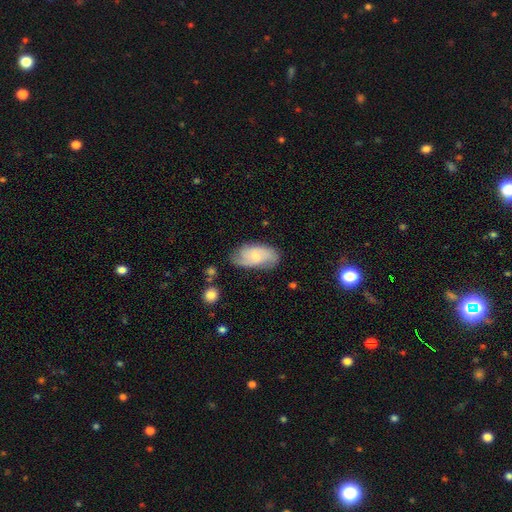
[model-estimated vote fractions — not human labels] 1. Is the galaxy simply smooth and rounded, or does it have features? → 57% featured or disk, 37% smooth, 7% star or artifact.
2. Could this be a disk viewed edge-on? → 95% no, 5% yes.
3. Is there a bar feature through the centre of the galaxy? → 64% no, 31% weak, 5% strong.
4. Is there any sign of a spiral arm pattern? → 90% yes, 10% no.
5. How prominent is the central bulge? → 63% small, 26% moderate, 7% none, 2% large, 1% dominant.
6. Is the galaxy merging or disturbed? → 67% none, 23% minor disturbance, 7% major disturbance, 2% merger.